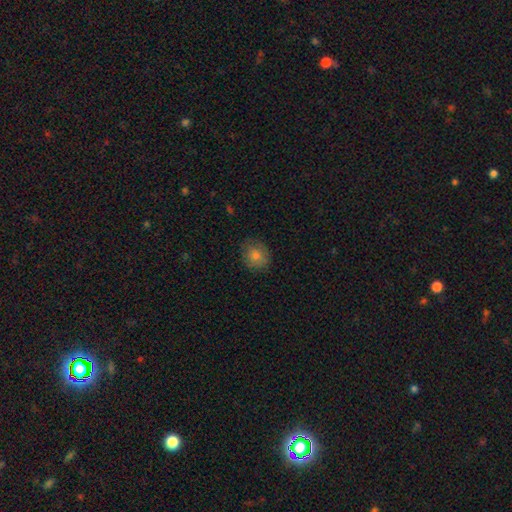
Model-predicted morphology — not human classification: The model was most divided on "how rounded": round: 77%, in between: 22%, cigar-shaped: 1%. More confident: merging — none (81%); smooth or featured — smooth (77%).